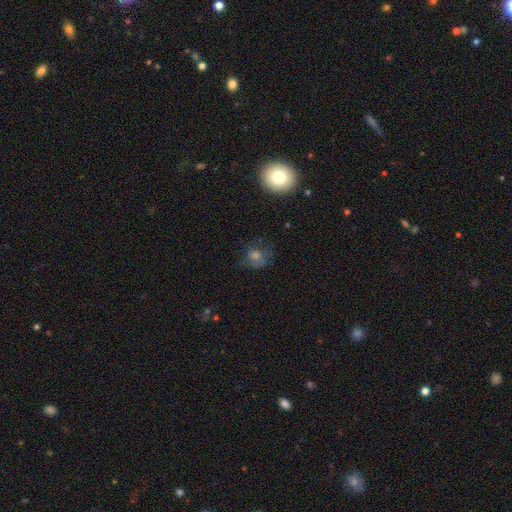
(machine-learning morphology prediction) type=smooth (59%); roundness=round (76%); merging=none (65%).